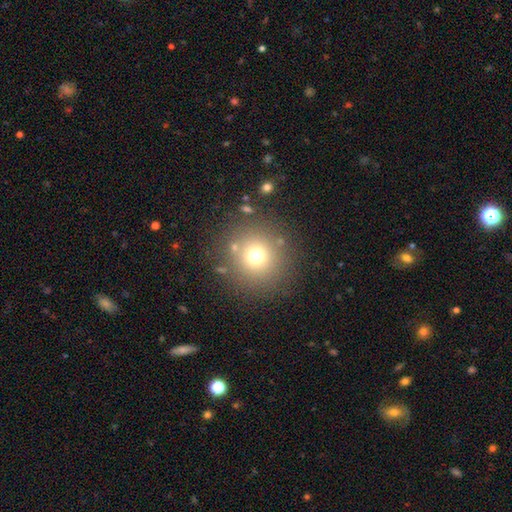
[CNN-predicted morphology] smooth-or-featured: smooth: 69% | star or artifact: 19% | featured or disk: 12%
  how-rounded: round: 94% | in between: 5% | cigar-shaped: 1%
  merging: none: 83% | minor disturbance: 8% | major disturbance: 5% | merger: 4%